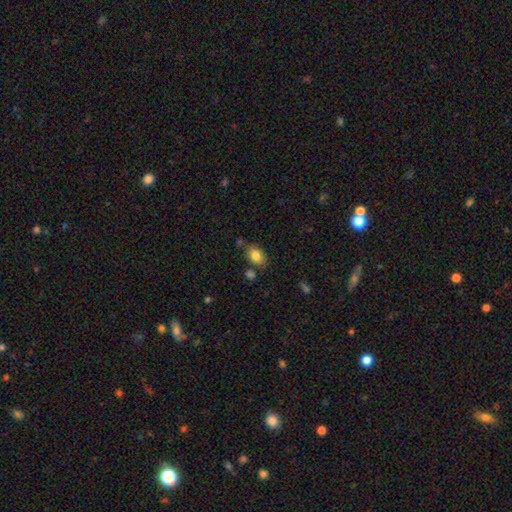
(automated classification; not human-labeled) smooth-or-featured: smooth: 83% | featured or disk: 9% | star or artifact: 8%
  how-rounded: in between: 84% | round: 15% | cigar-shaped: 1%
  merging: none: 75% | minor disturbance: 14% | merger: 7% | major disturbance: 4%